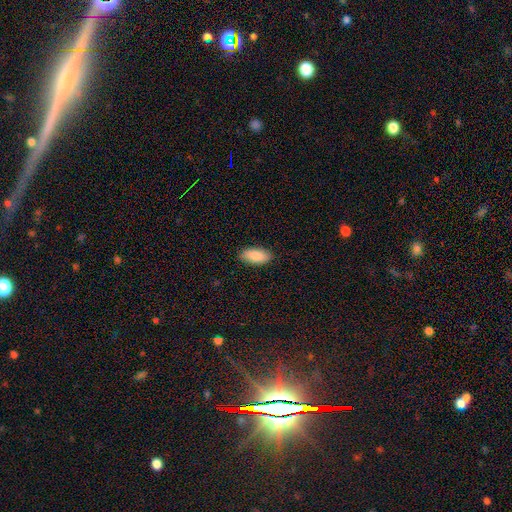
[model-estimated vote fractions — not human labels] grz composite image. It shows a smooth galaxy with no disk features (88%) that is in between round and cigar-shaped (92%). Merging: none (88%).